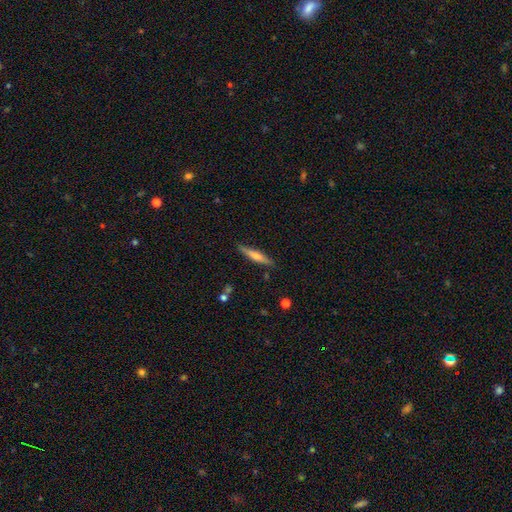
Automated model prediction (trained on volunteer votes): smooth 50%, featured or disk 44%, star or artifact 6%. Down the decision tree: merging — none (86%).